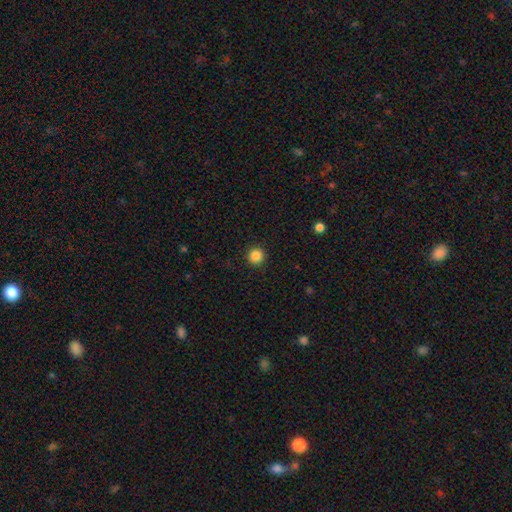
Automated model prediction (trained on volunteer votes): A smooth galaxy with no disk features (86%) that is round (96%). Merging: none (93%).